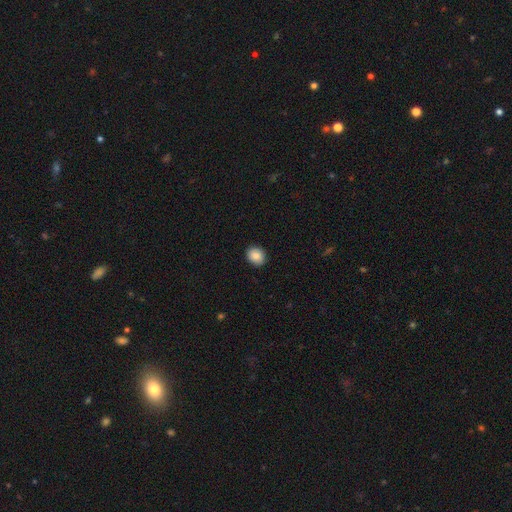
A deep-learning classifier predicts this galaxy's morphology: smooth_or_featured: smooth (p=0.85) [alt: star or artifact p=0.08]
how_rounded: round (p=0.66) [alt: in between p=0.33]
merging: none (p=0.91) [alt: minor disturbance p=0.07]